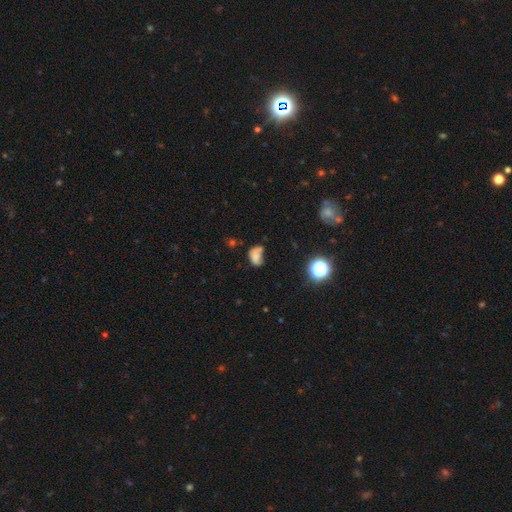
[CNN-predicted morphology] Smooth or featured?
  - smooth: 70% *
  - star or artifact: 16%
  - featured or disk: 14%
How rounded?
  - in between: 81% *
  - round: 18%
  - cigar-shaped: 2%
Merging?
  - none: 34% * (tied)
  - minor disturbance: 34% * (tied)
  - major disturbance: 20%
  - merger: 12%